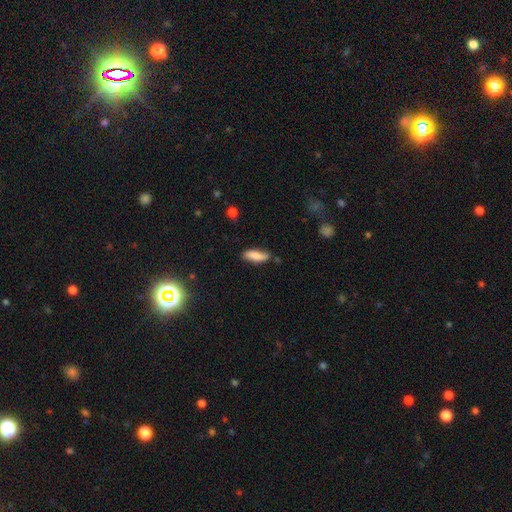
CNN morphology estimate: A smooth galaxy with no disk features (80%) that is in between round and cigar-shaped (61%).

Vote fractions:
- Smooth or featured? smooth: 80% / featured or disk: 13% / star or artifact: 7%
- How rounded? in between: 61% / cigar-shaped: 37% / round: 2%
- Merging? none: 74% / minor disturbance: 20% / major disturbance: 3% / merger: 3%